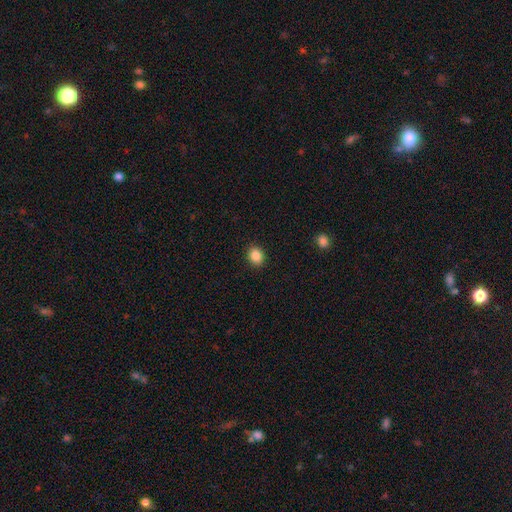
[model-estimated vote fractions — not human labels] Smooth or featured? Predicted: smooth (p=0.86). How rounded? Predicted: round (p=0.58). Merging? Predicted: none (p=0.91).